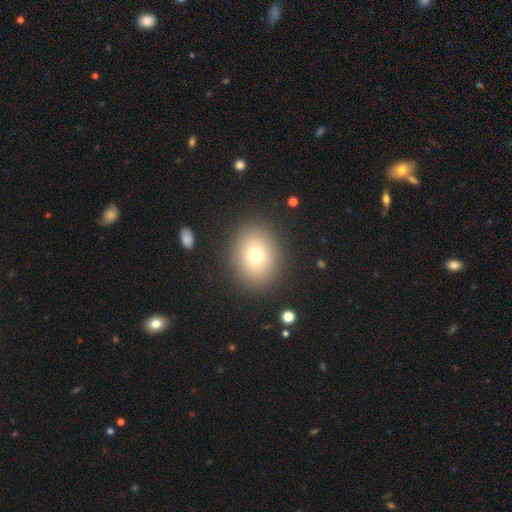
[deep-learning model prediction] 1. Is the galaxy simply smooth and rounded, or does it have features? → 73% smooth, 14% star or artifact, 13% featured or disk.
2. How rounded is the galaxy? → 59% round, 40% in between, 1% cigar-shaped.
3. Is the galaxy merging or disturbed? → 88% none, 7% minor disturbance, 4% major disturbance, 2% merger.